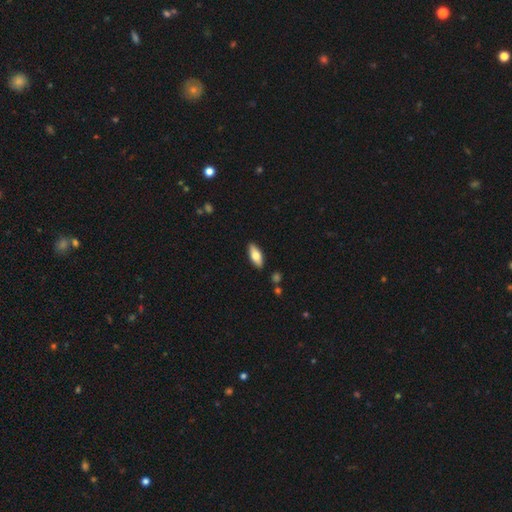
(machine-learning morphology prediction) This is likely a smooth galaxy (70%). How rounded: likely in between (76%). Merging: clearly none (88%).